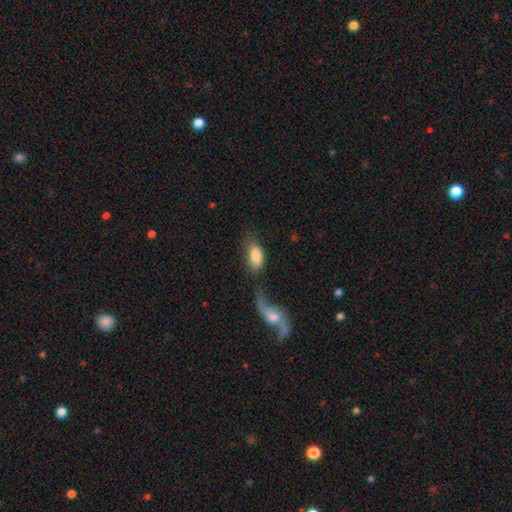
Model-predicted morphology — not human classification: Q: Smooth or featured?
A: smooth (83%); runner-up: featured or disk (11%)
Q: How rounded?
A: in between (92%); runner-up: round (4%)
Q: Merging?
A: none (37%); runner-up: merger (28%)